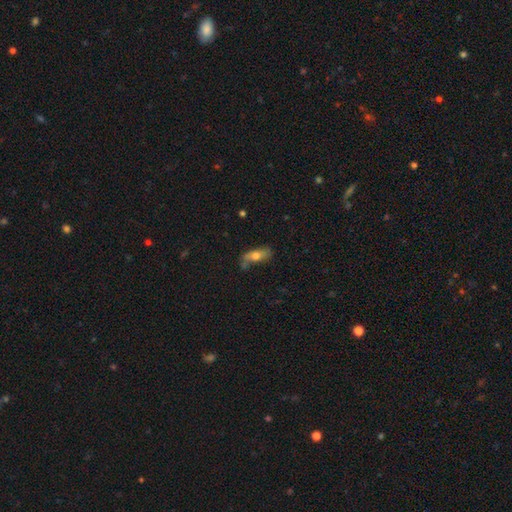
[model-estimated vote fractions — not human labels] Q: Smooth or featured?
A: smooth (58%); runner-up: featured or disk (34%)
Q: How rounded?
A: in between (65%); runner-up: cigar-shaped (31%)
Q: Merging?
A: none (50%); runner-up: minor disturbance (30%)